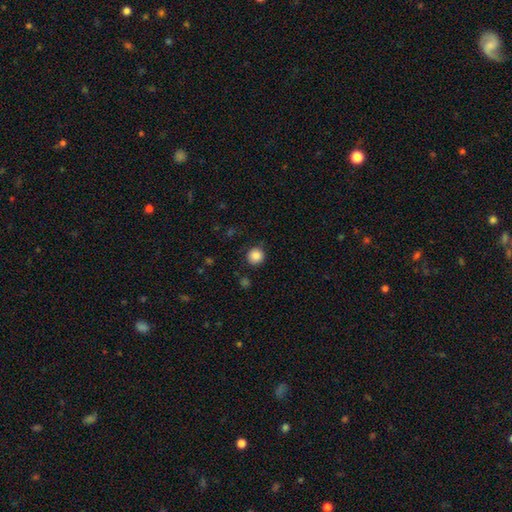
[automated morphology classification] A smooth galaxy with no disk features (86%) that is round (94%). Merging: none (87%).